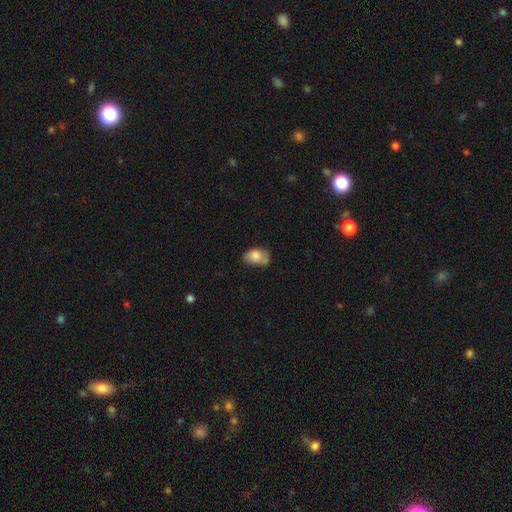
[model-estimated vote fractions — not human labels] smooth_or_featured: smooth (p=0.79) [alt: featured or disk p=0.13]
how_rounded: in between (p=0.77) [alt: round p=0.21]
merging: none (p=0.41) [alt: minor disturbance p=0.29]